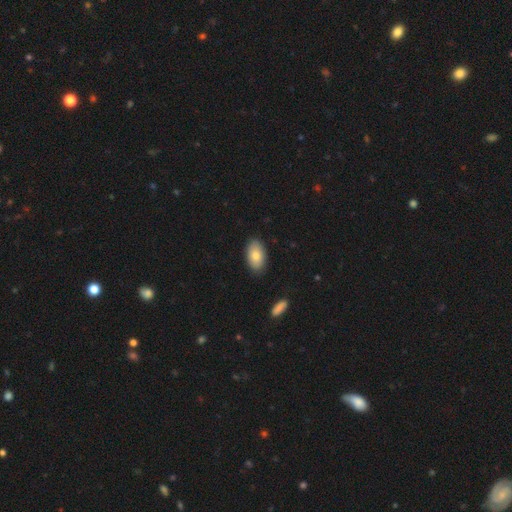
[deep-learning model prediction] The model was most divided on "smooth or featured": smooth: 80%, featured or disk: 13%, star or artifact: 6%. More confident: how rounded — in between (94%); merging — none (87%).